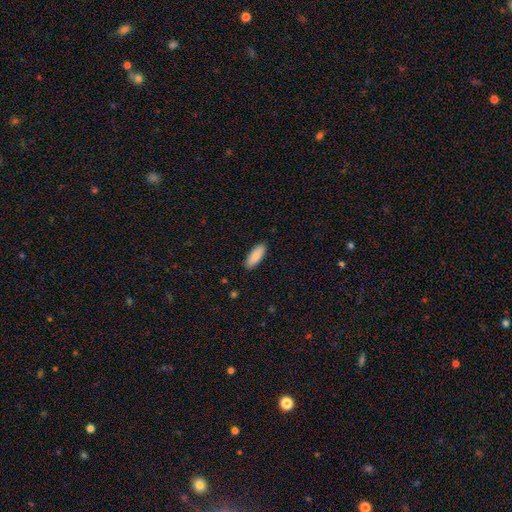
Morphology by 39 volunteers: Smooth or featured?
  - smooth: 87% *
  - star or artifact: 8%
  - featured or disk: 5%
How rounded?
  - in between: 50% *
  - cigar-shaped: 47%
  - round: 3%
Merging?
  - none: 97% *
  - minor disturbance: 3%
  - major disturbance: 0%
  - merger: 0%